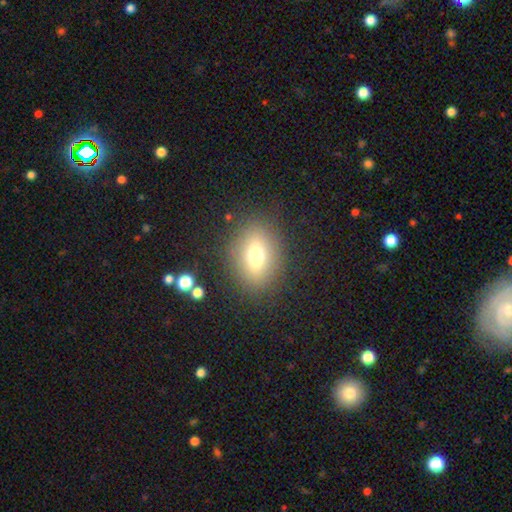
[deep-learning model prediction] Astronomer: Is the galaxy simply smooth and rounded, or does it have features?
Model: smooth — 69%.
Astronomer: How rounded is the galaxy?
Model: in between — 63%.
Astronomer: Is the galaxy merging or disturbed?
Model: none — 84%.